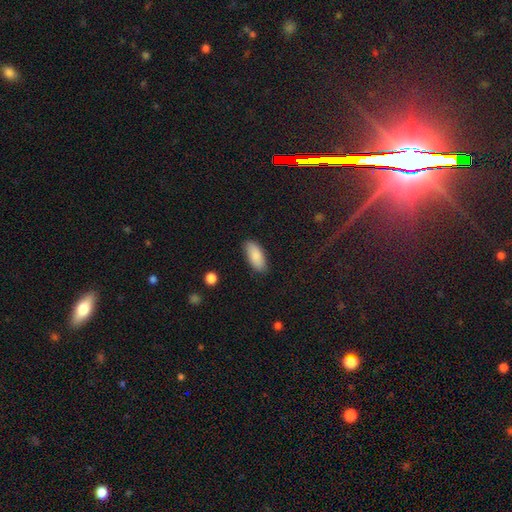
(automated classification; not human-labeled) smooth-or-featured: smooth: 87% | featured or disk: 7% | star or artifact: 6%
  how-rounded: in between: 86% | cigar-shaped: 12% | round: 2%
  merging: none: 86% | minor disturbance: 10% | major disturbance: 2% | merger: 1%